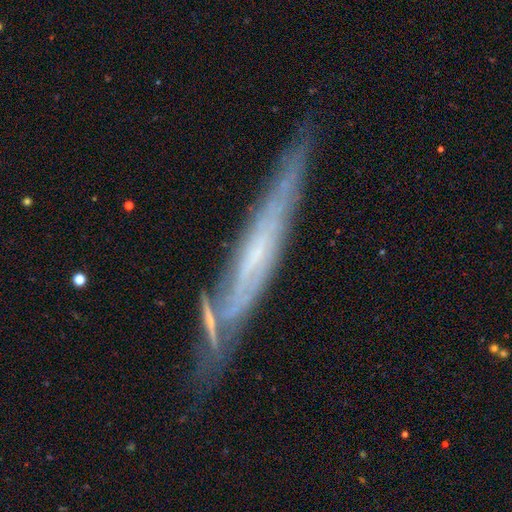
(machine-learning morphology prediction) The model was most divided on "smooth or featured": featured or disk: 71%, smooth: 21%, star or artifact: 8%. More confident: edge-on disk — yes (79%); merging — none (74%); edge-on bulge — none (74%).